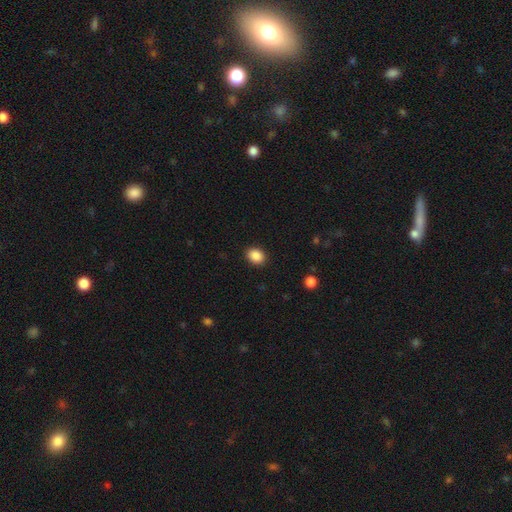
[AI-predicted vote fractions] This appears to be a smooth galaxy with no disk features (88%) that is in between round and cigar-shaped (56%). Merging: none (90%).